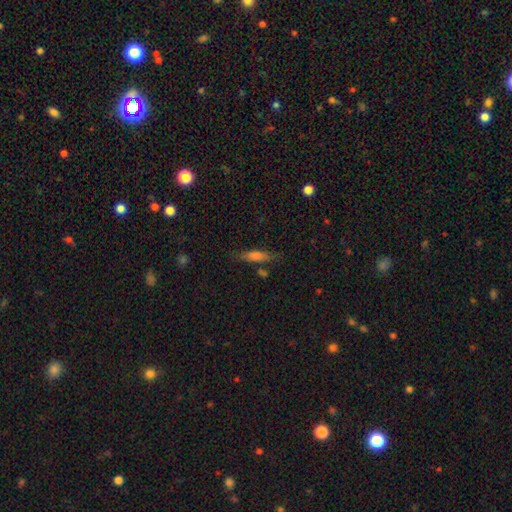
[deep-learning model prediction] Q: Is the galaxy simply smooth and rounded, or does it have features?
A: smooth — 63%.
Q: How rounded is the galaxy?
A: cigar-shaped — 71%.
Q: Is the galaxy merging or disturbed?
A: none — 76%.